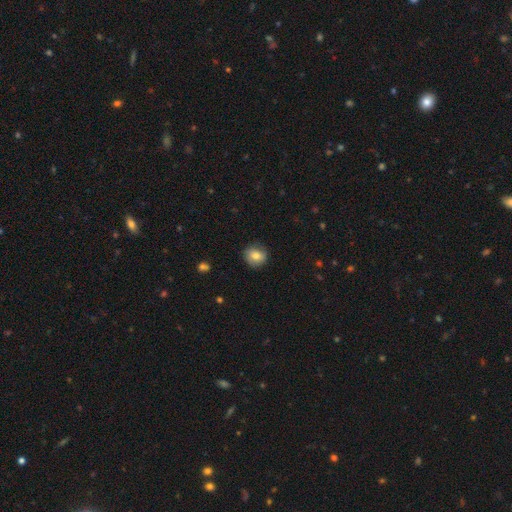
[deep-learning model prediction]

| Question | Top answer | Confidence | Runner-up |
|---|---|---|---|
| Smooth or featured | smooth | 77% | featured or disk (14%) |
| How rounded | round | 78% | in between (21%) |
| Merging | none | 83% | minor disturbance (13%) |